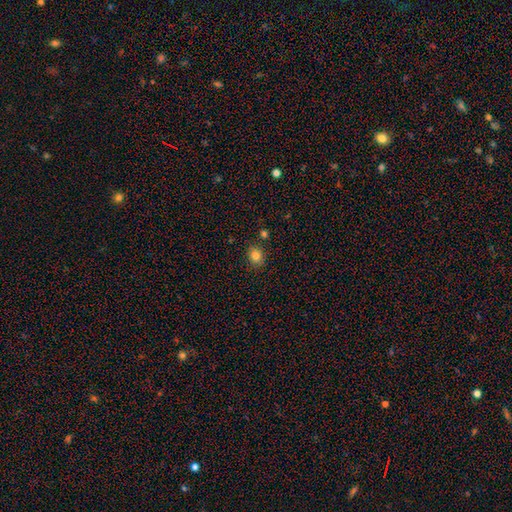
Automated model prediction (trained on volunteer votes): Smooth or featured? Predicted: smooth (p=0.81). How rounded? Predicted: round (p=0.67). Merging? Predicted: none (p=0.85).